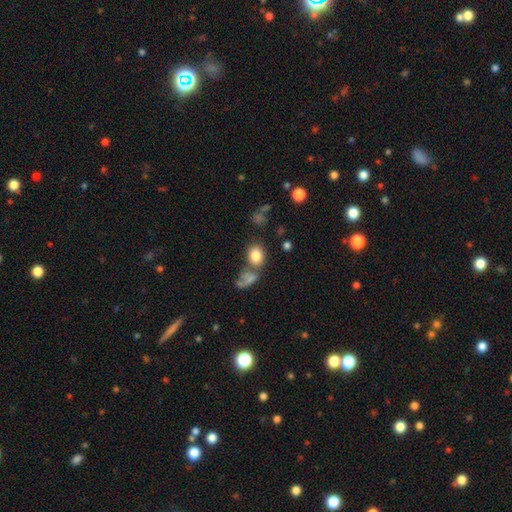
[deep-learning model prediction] smooth_or_featured: smooth (p=0.81) [alt: star or artifact p=0.10]
how_rounded: in between (p=0.55) [alt: round p=0.44]
merging: none (p=0.58) [alt: merger p=0.23]